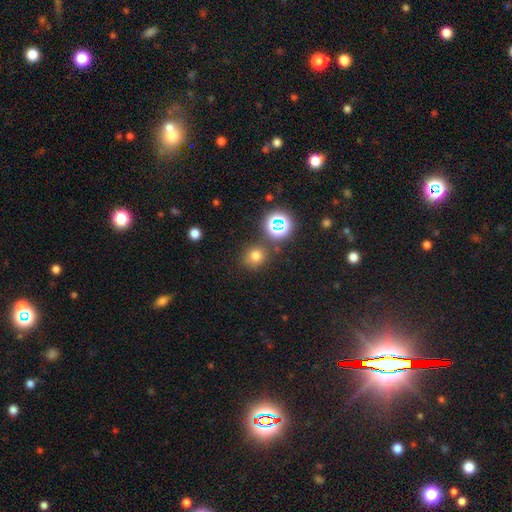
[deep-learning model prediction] smooth 69%, star or artifact 23%, featured or disk 7%. Down the decision tree: how rounded — round (84%); merging — none (79%).